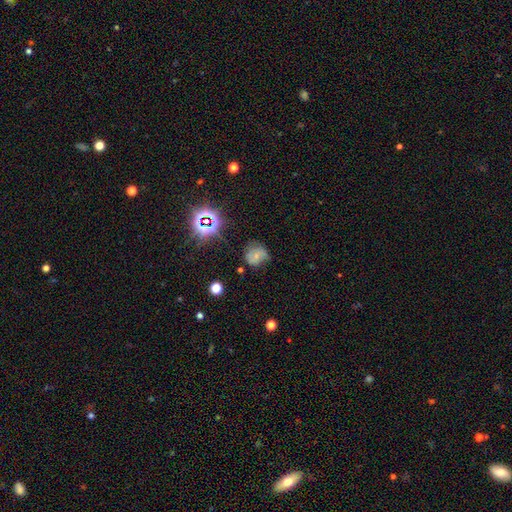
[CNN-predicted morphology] smooth_or_featured: smooth (p=0.44) [alt: featured or disk p=0.36]
merging: none (p=0.57) [alt: minor disturbance p=0.28]